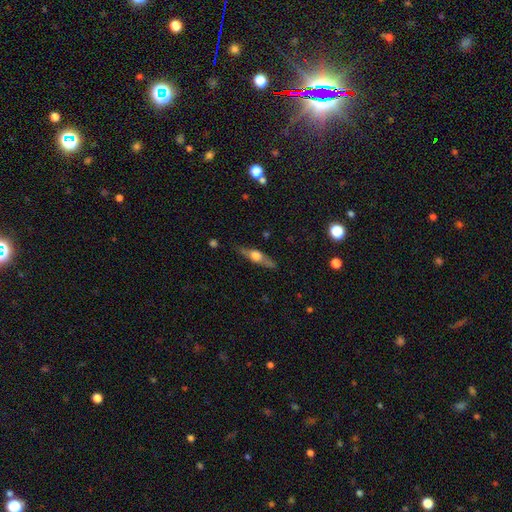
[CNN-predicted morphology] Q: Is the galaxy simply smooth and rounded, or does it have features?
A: featured or disk — 58%.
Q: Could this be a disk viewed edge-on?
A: yes — 91%.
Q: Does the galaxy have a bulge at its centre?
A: rounded — 91%.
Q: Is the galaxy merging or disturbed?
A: none — 81%.